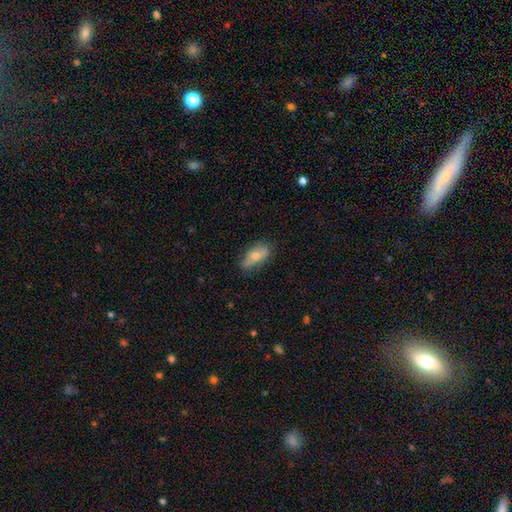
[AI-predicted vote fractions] This is possibly a smooth galaxy (57%). How rounded: clearly in between (84%). Merging: likely none (72%).